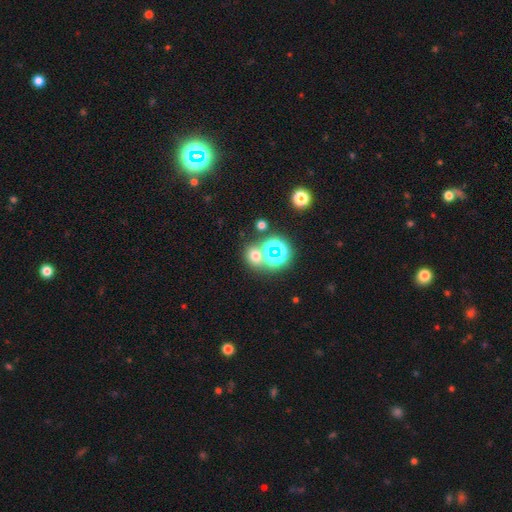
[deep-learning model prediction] smooth_or_featured: smooth (p=0.57) [alt: star or artifact p=0.34]
how_rounded: round (p=0.71) [alt: in between p=0.28]
merging: none (p=0.63) [alt: merger p=0.24]